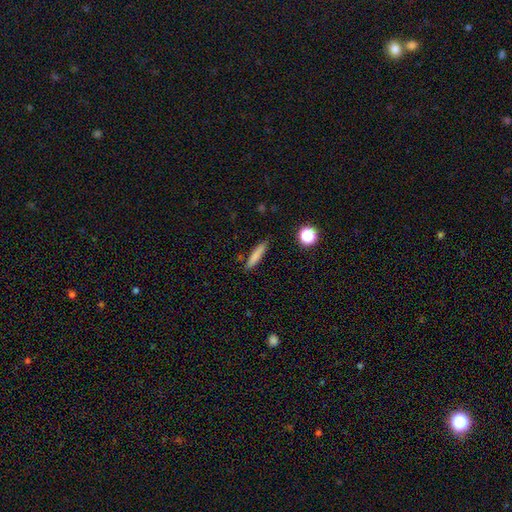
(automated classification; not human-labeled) Smooth or featured? smooth (80%)
How rounded? cigar-shaped (88%)
Merging? none (86%)